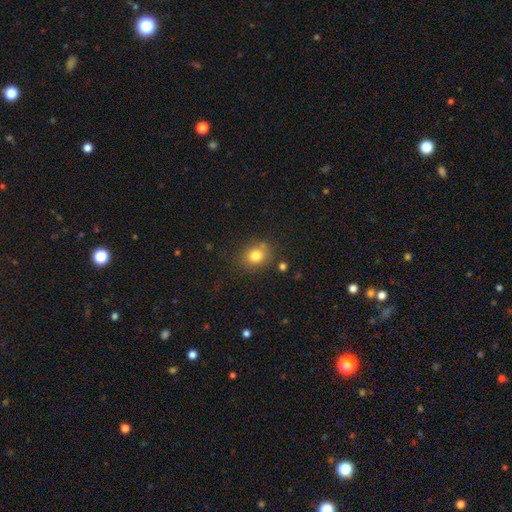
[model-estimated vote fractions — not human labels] Smooth or featured: smooth — 81% (star or artifact — 11%)
How rounded: round — 64% (in between — 35%)
Merging: none — 78% (minor disturbance — 14%)